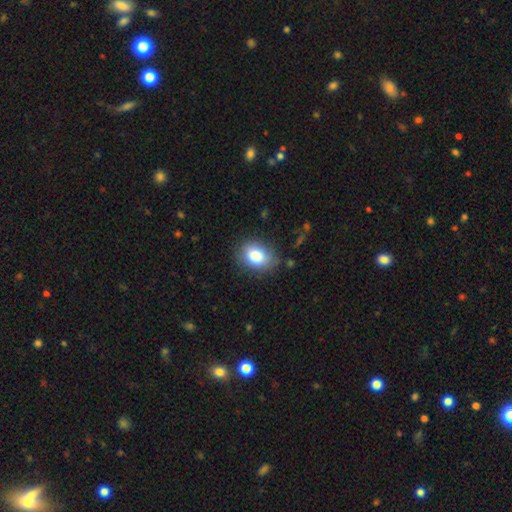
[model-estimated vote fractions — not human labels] smooth 85%, star or artifact 8%, featured or disk 7%. Down the decision tree: how rounded — in between (75%); merging — none (78%).